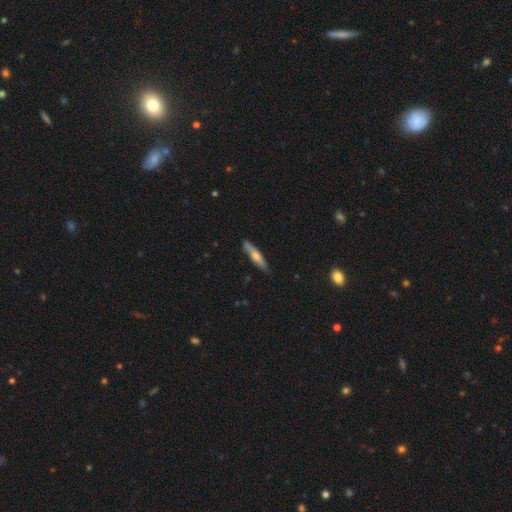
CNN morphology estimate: The model was most divided on "smooth or featured": smooth: 55%, featured or disk: 40%, star or artifact: 6%. More confident: how rounded — cigar-shaped (84%); merging — none (82%).